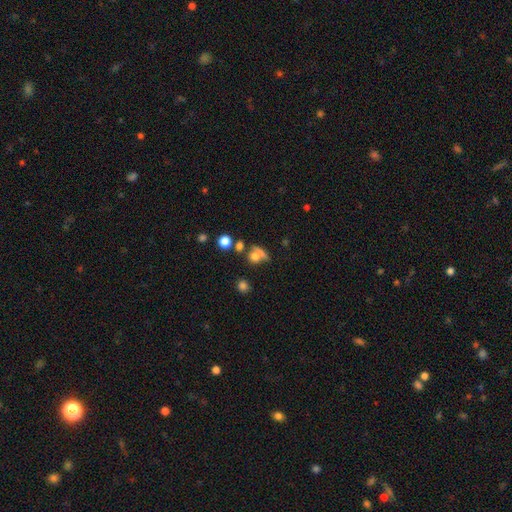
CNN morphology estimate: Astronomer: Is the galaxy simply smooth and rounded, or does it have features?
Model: smooth — 66%.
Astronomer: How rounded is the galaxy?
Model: round — 68%.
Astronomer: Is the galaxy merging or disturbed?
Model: none — 40% (runner-up: merger, 31%).